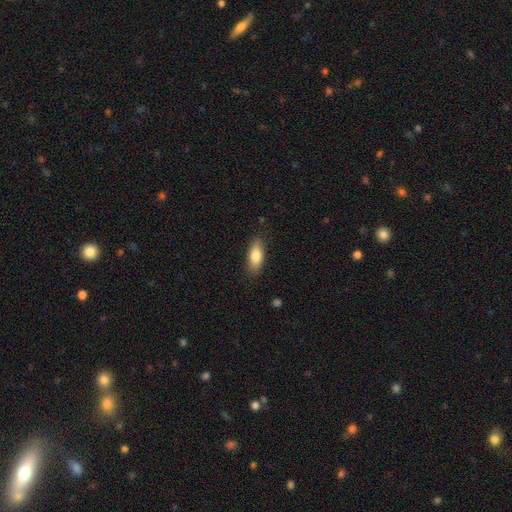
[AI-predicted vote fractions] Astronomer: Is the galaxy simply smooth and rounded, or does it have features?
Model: smooth — 81%.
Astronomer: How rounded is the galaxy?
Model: in between — 76%.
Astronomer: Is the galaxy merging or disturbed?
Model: none — 84%.